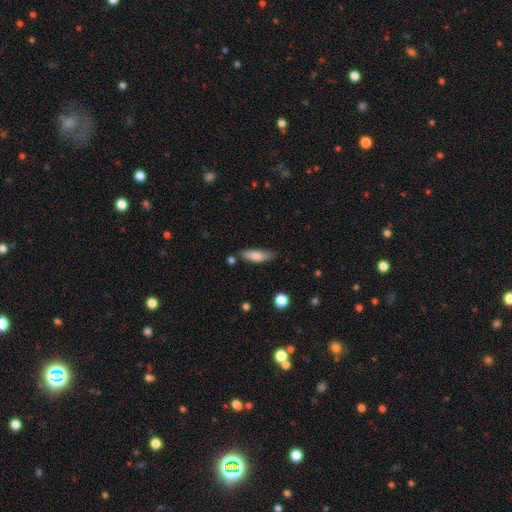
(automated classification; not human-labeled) smooth_or_featured: smooth (p=0.78) [alt: featured or disk p=0.15]
how_rounded: in between (p=0.51) [alt: cigar-shaped p=0.47]
merging: none (p=0.74) [alt: minor disturbance p=0.18]